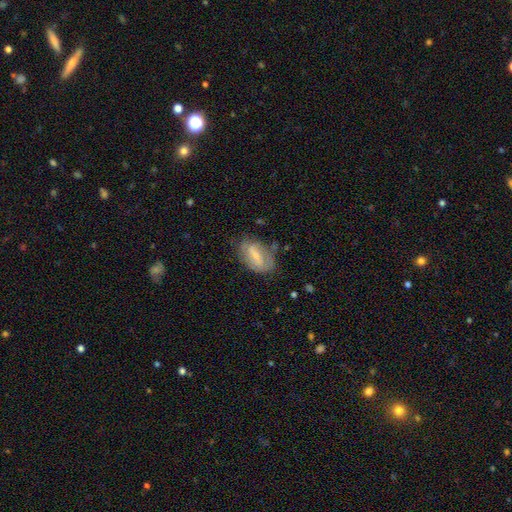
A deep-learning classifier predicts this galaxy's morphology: Smooth or featured?
  - featured or disk: 55% *
  - smooth: 38%
  - star or artifact: 7%
Edge-on disk?
  - no: 92% *
  - yes: 8%
Bar?
  - strong: 42% *
  - weak: 41%
  - no: 17%
Spiral arms?
  - yes: 59% *
  - no: 41%
Bulge size?
  - small: 59% *
  - moderate: 29%
  - none: 9%
  - large: 2%
  - dominant: 1%
Merging?
  - none: 60% *
  - minor disturbance: 27%
  - major disturbance: 11%
  - merger: 3%